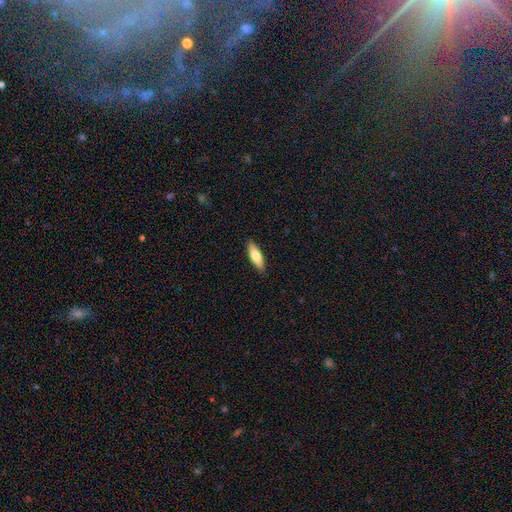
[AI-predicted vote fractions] smooth-or-featured: smooth: 67% | featured or disk: 27% | star or artifact: 6%
  how-rounded: cigar-shaped: 57% | in between: 41% | round: 2%
  merging: none: 89% | minor disturbance: 9% | major disturbance: 2% | merger: 1%